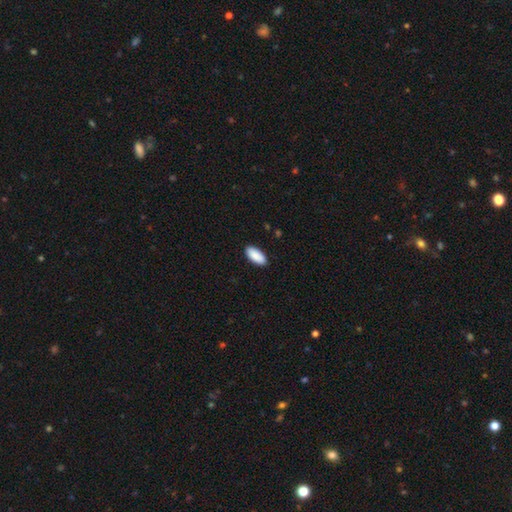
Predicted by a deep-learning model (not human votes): Q: Smooth or featured?
A: smooth (91%); runner-up: star or artifact (6%)
Q: How rounded?
A: in between (91%); runner-up: cigar-shaped (7%)
Q: Merging?
A: none (90%); runner-up: minor disturbance (8%)